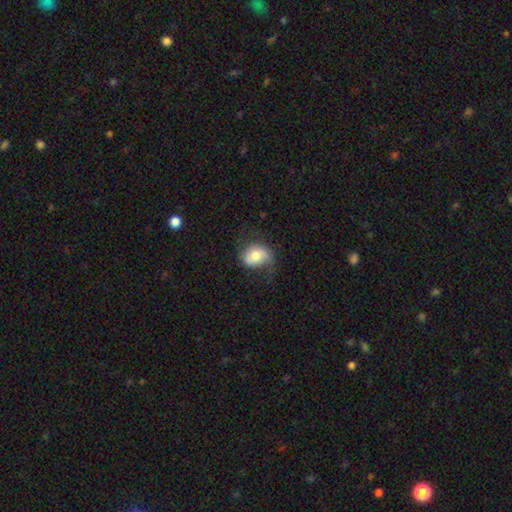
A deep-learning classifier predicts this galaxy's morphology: The model was most divided on "how rounded": in between: 52%, round: 47%, cigar-shaped: 1%. More confident: smooth or featured — smooth (57%); merging — none (56%).